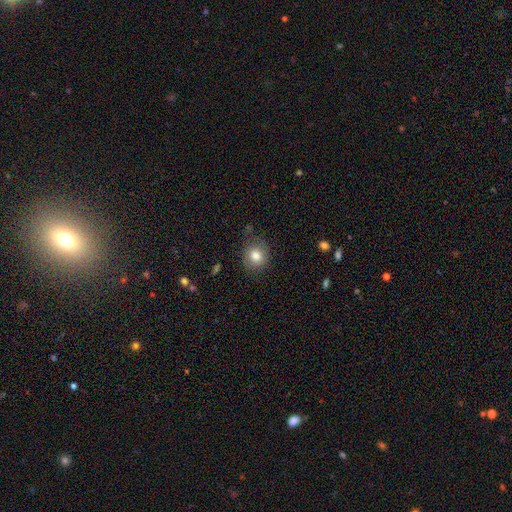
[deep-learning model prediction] Overall: smooth (83%). How rounded: round (80%). Merging: none (79%).